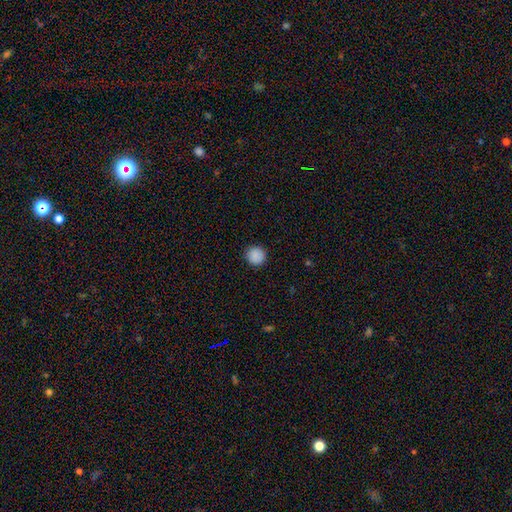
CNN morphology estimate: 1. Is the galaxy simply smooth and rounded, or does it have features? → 89% smooth, 9% star or artifact, 2% featured or disk.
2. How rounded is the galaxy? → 94% round, 5% in between, 1% cigar-shaped.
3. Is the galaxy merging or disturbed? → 91% none, 6% minor disturbance, 2% major disturbance, 1% merger.